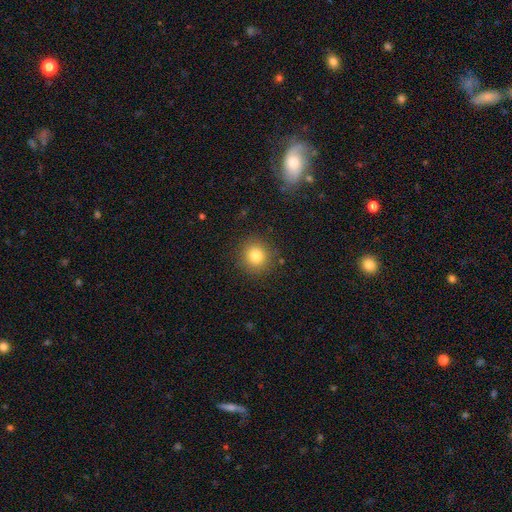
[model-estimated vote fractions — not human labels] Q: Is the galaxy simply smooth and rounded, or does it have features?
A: smooth — 81%.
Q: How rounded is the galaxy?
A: round — 91%.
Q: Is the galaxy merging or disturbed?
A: none — 88%.